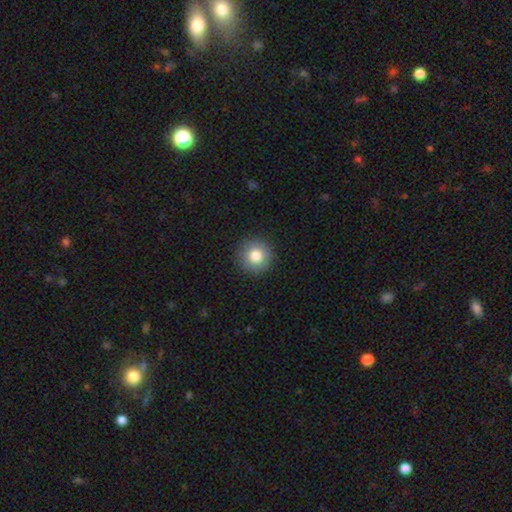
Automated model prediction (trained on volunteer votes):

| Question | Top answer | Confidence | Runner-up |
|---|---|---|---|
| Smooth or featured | smooth | 81% | featured or disk (10%) |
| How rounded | round | 96% | in between (3%) |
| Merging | none | 91% | minor disturbance (6%) |